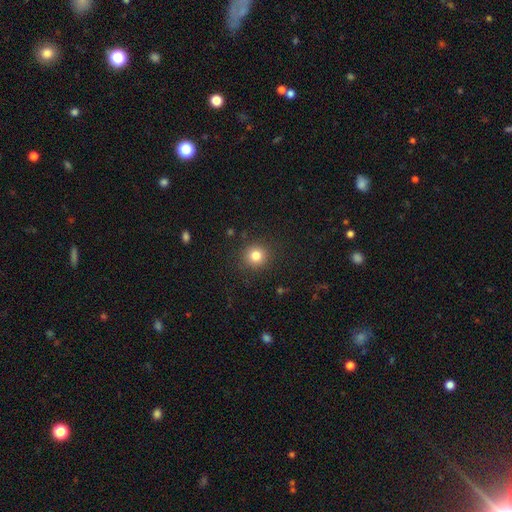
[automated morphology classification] This is clearly a smooth galaxy (81%). How rounded: clearly round (92%). Merging: clearly none (89%).